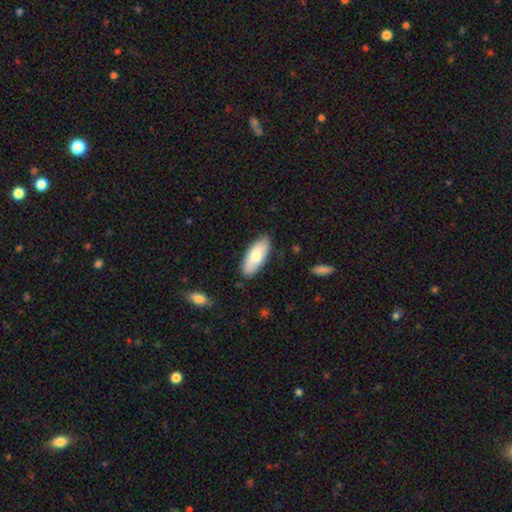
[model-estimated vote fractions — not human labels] This is likely a smooth galaxy (76%). How rounded: clearly in between (84%). Merging: clearly none (85%).